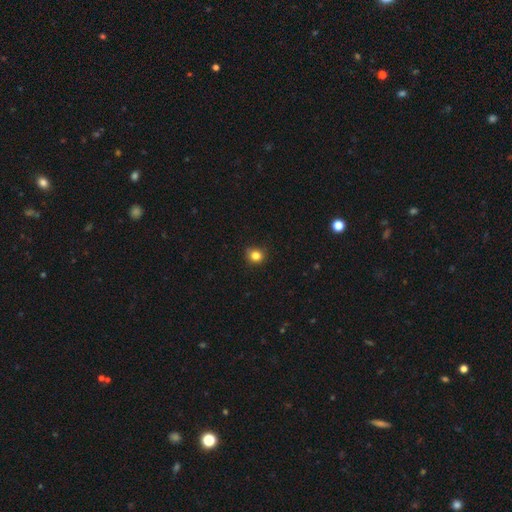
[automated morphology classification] This is clearly a smooth galaxy (82%). How rounded: clearly round (86%). Merging: clearly none (86%).